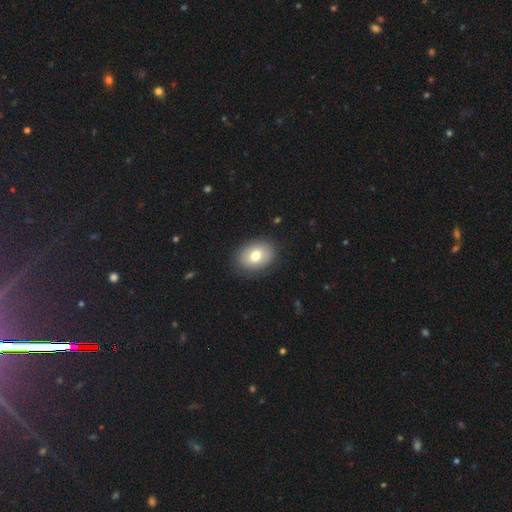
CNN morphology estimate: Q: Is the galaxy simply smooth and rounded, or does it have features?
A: smooth — 74%.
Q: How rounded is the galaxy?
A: in between — 68%.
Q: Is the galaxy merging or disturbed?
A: none — 86%.